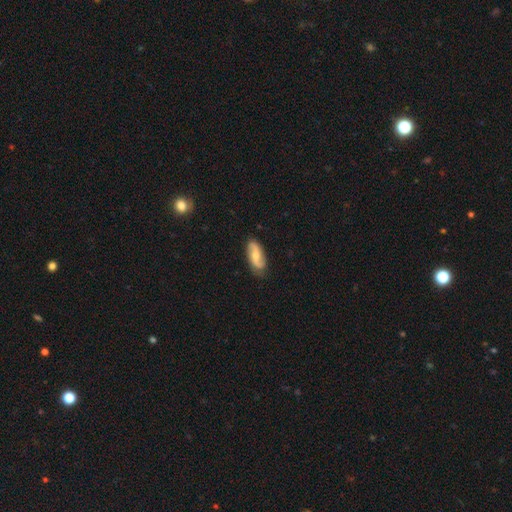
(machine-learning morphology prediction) This is likely a featured or disk galaxy (67%). It is clearly not viewed edge-on (94%). Bar: possibly no (46%). Spiral arm pattern: clearly yes (94%). Spiral arm count: clearly 2 (90%). Spiral winding: possibly loose (49%). Central bulge: possibly moderate (51%). Merging: clearly none (83%).